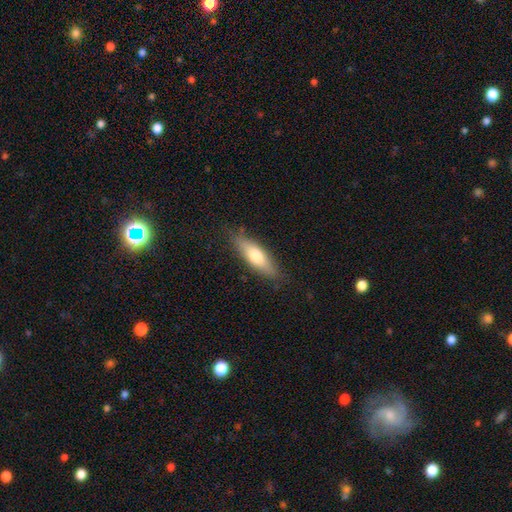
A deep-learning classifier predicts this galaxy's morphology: type=smooth (66%); roundness=cigar-shaped (53%); merging=none (82%).